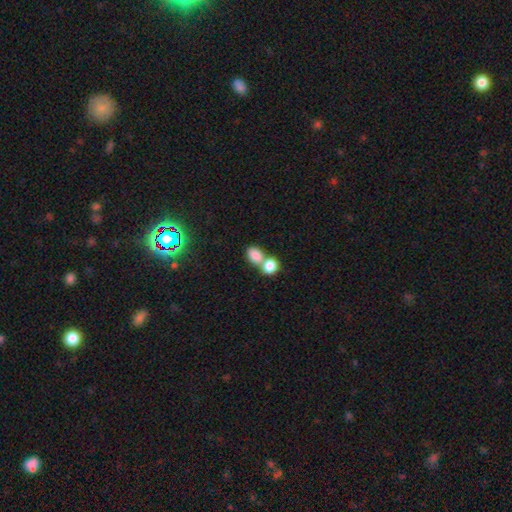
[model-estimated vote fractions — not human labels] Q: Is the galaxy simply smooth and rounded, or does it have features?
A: smooth — 82%.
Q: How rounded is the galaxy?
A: in between — 57%.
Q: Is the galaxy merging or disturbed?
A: merger — 61%.